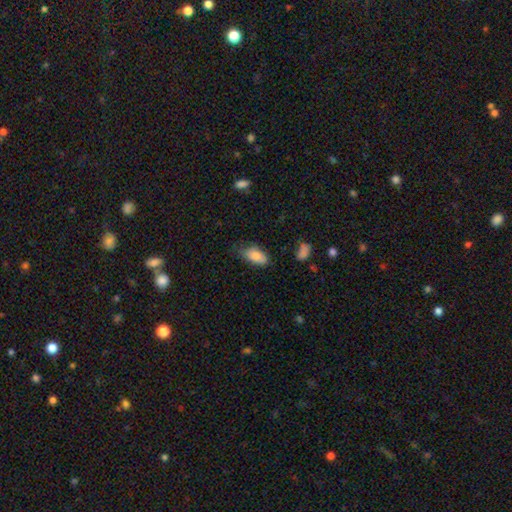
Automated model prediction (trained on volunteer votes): Smooth or featured: smooth — 81% (featured or disk — 12%)
How rounded: in between — 91% (cigar-shaped — 5%)
Merging: none — 56% (minor disturbance — 34%)